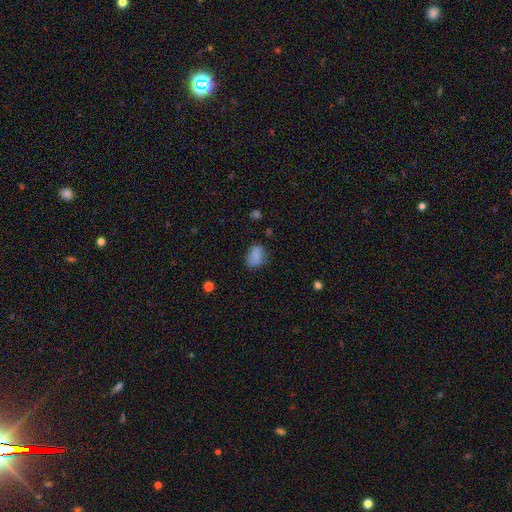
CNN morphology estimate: Overall: smooth (80%). How rounded: in between (72%). Merging: none (71%).